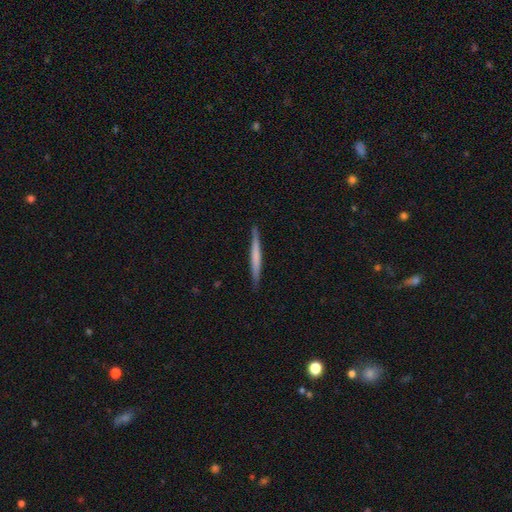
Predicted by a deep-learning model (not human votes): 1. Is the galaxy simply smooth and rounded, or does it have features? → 53% smooth, 41% featured or disk, 5% star or artifact.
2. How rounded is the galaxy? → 97% cigar-shaped, 2% in between, 1% round.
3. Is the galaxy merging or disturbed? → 90% none, 8% minor disturbance, 1% major disturbance, 1% merger.